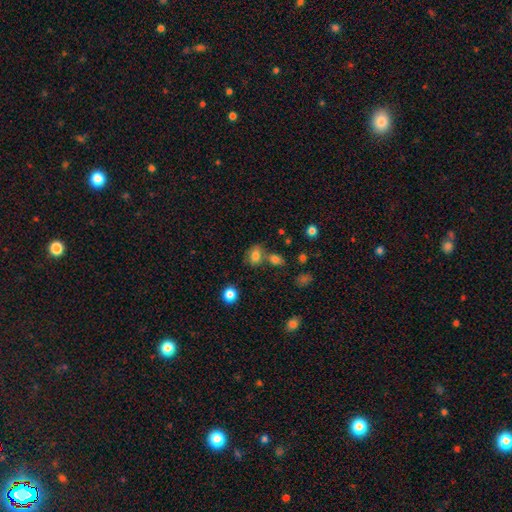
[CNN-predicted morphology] smooth_or_featured: smooth (p=0.77) [alt: star or artifact p=0.13]
how_rounded: in between (p=0.71) [alt: round p=0.27]
merging: none (p=0.53) [alt: merger p=0.27]